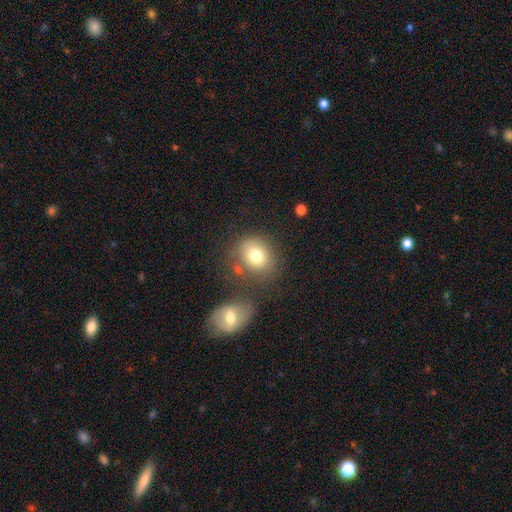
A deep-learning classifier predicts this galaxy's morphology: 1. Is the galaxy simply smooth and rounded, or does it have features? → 76% smooth, 14% featured or disk, 10% star or artifact.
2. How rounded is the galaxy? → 66% round, 33% in between, 1% cigar-shaped.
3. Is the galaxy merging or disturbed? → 63% none, 16% merger, 14% minor disturbance, 6% major disturbance.